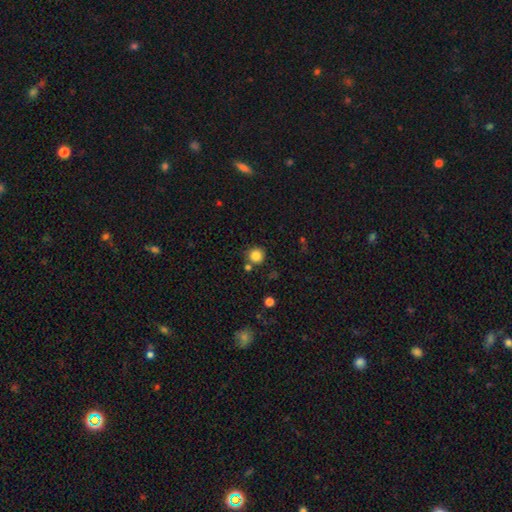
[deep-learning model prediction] This appears to be a smooth galaxy with no disk features (84%) that is round (94%). Merging: none (78%).